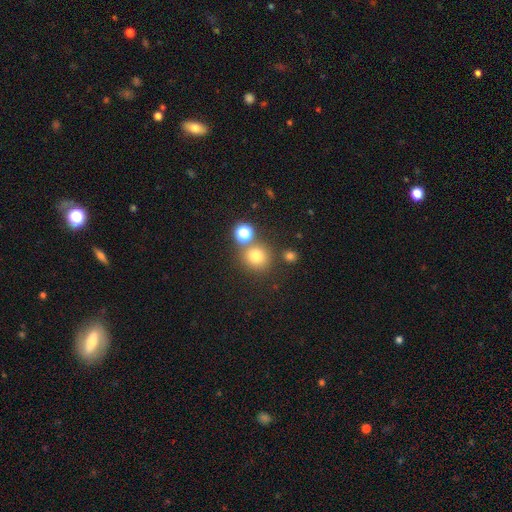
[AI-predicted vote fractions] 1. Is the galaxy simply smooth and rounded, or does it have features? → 74% smooth, 17% star or artifact, 8% featured or disk.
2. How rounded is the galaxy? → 89% round, 10% in between, 1% cigar-shaped.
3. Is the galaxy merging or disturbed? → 71% none, 17% merger, 9% minor disturbance, 4% major disturbance.